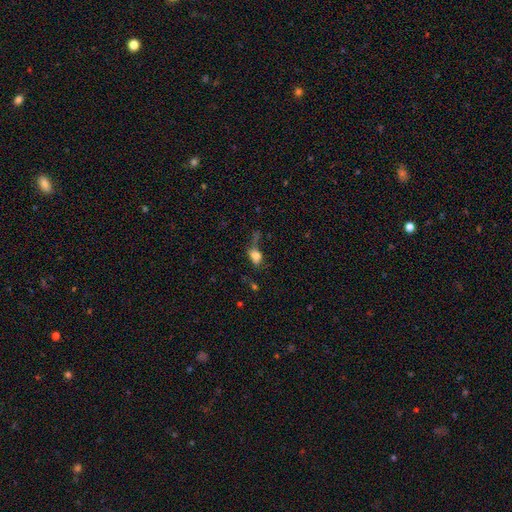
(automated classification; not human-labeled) smooth-or-featured: smooth: 68% | featured or disk: 19% | star or artifact: 13%
  how-rounded: in between: 69% | round: 26% | cigar-shaped: 5%
  merging: major disturbance: 34% | none: 32% | minor disturbance: 24% | merger: 10%